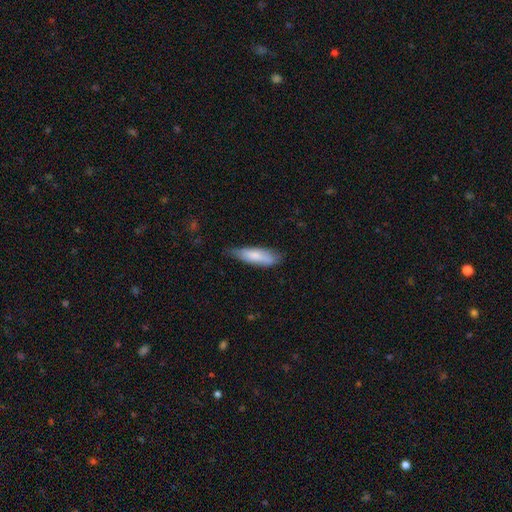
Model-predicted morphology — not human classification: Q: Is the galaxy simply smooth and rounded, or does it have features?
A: smooth — 78%.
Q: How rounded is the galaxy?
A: cigar-shaped — 51%.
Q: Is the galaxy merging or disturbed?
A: none — 58%.